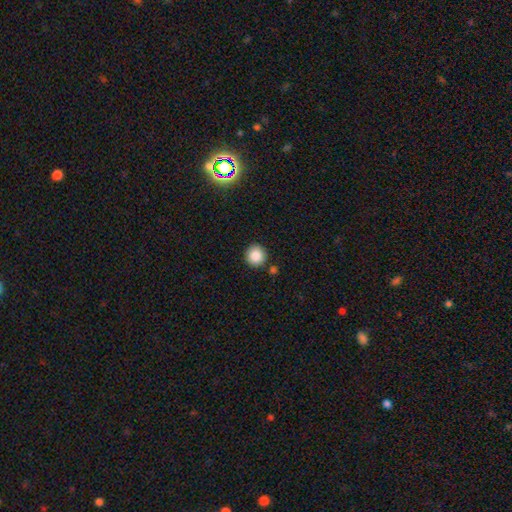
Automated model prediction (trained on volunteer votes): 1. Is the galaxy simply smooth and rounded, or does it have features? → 87% smooth, 9% star or artifact, 4% featured or disk.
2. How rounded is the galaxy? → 93% round, 6% in between, 1% cigar-shaped.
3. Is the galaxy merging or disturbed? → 87% none, 7% minor disturbance, 4% merger, 2% major disturbance.